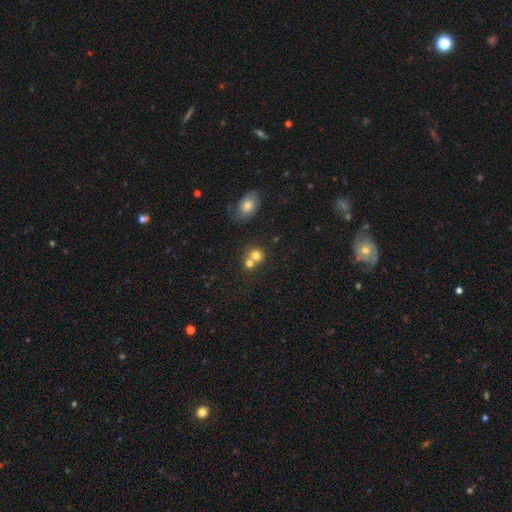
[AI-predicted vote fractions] smooth-or-featured: smooth: 74% | featured or disk: 14% | star or artifact: 12%
  how-rounded: round: 79% | in between: 21% | cigar-shaped: 1%
  merging: merger: 49% | none: 41% | minor disturbance: 7% | major disturbance: 3%